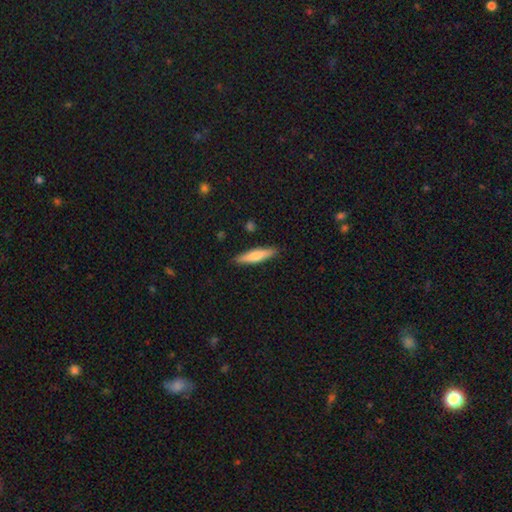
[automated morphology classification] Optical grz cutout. It shows a smooth galaxy with no disk features (64%) that is cigar-shaped (84%). Merging: none (89%).